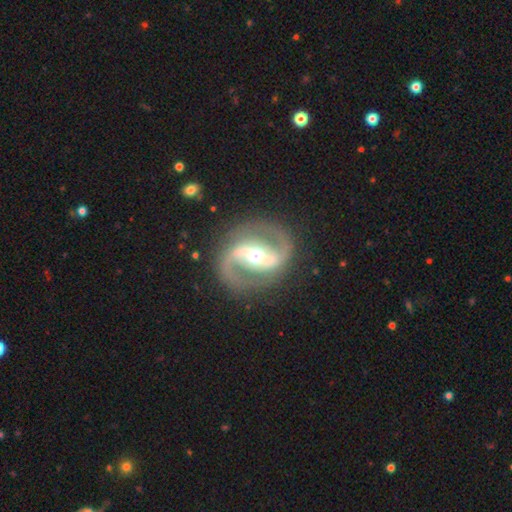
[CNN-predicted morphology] smooth_or_featured: featured or disk (p=0.92) [alt: star or artifact p=0.04]
disk_edge_on: no (p=0.98) [alt: yes p=0.02]
bar: strong (p=0.57) [alt: weak p=0.29]
has_spiral_arms: yes (p=0.97) [alt: no p=0.03]
spiral_winding: medium (p=0.60) [alt: tight p=0.23]
spiral_arm_count: 2 (p=0.94) [alt: can't tell p=0.02]
bulge_size: moderate (p=0.68) [alt: small p=0.24]
merging: none (p=0.86) [alt: minor disturbance p=0.09]